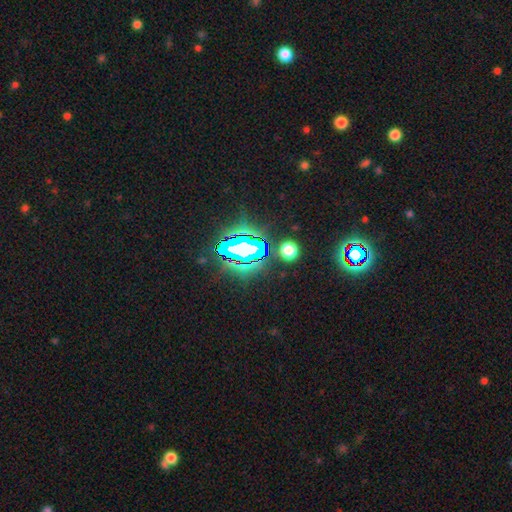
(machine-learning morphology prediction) A star or artifact, not a galaxy (71%).